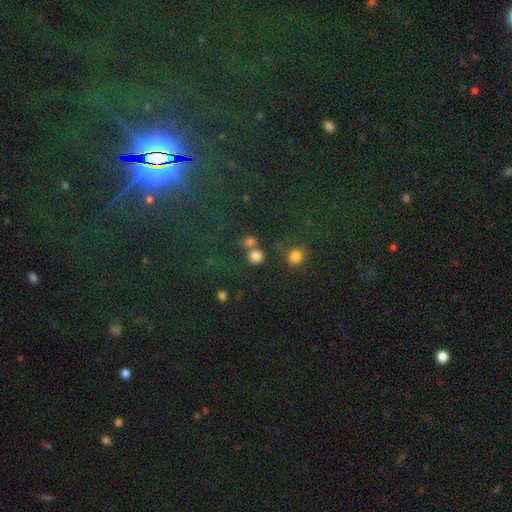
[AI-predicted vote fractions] A smooth galaxy with no disk features (78%) that is round (87%). Merging: none (62%).